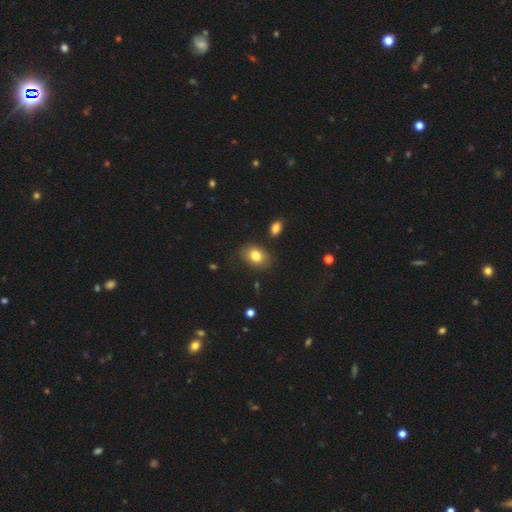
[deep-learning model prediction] This appears to be a smooth galaxy with no disk features (80%) that is in between round and cigar-shaped (70%). Merging: none (81%).